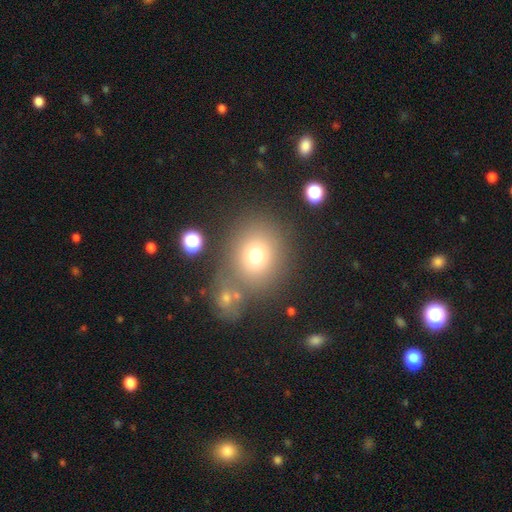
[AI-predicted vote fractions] The model was most divided on "smooth or featured": smooth: 71%, star or artifact: 16%, featured or disk: 12%. More confident: how rounded — round (80%); merging — none (70%).